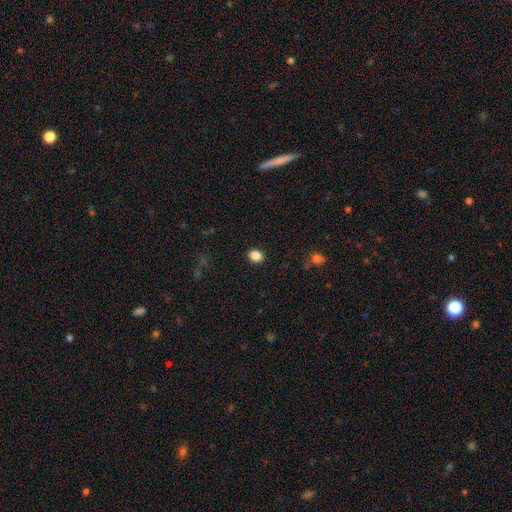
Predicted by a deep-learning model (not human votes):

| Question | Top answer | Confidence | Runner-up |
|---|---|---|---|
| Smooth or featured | smooth | 87% | star or artifact (10%) |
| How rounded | in between | 52% | round (47%) |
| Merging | none | 89% | minor disturbance (7%) |